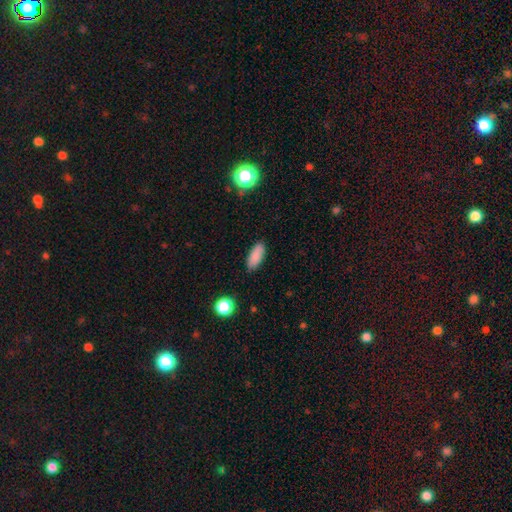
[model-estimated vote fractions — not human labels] Morphology: type=smooth (87%); roundness=in between (81%); merging=none (87%).